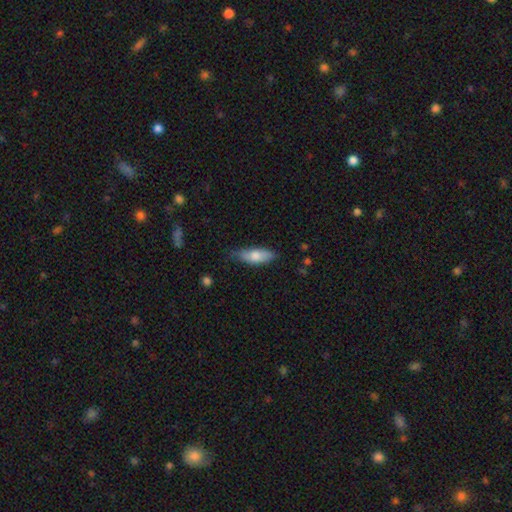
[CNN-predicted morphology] type=smooth (76%); roundness=in between (64%); merging=none (70%).